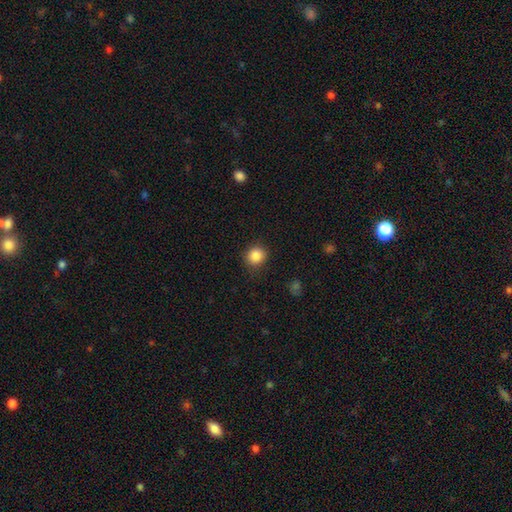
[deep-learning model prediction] smooth-or-featured: smooth: 86% | star or artifact: 10% | featured or disk: 4%
  how-rounded: round: 90% | in between: 10% | cigar-shaped: 1%
  merging: none: 89% | minor disturbance: 8% | major disturbance: 2% | merger: 1%